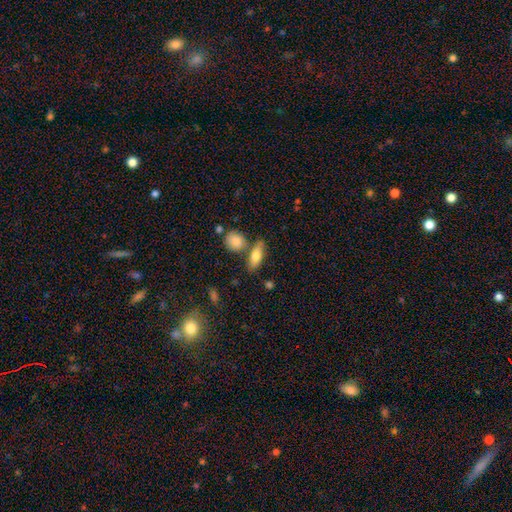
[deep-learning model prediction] smooth-or-featured: smooth: 76% | featured or disk: 17% | star or artifact: 7%
  how-rounded: in between: 71% | cigar-shaped: 22% | round: 7%
  merging: none: 66% | merger: 16% | minor disturbance: 13% | major disturbance: 4%